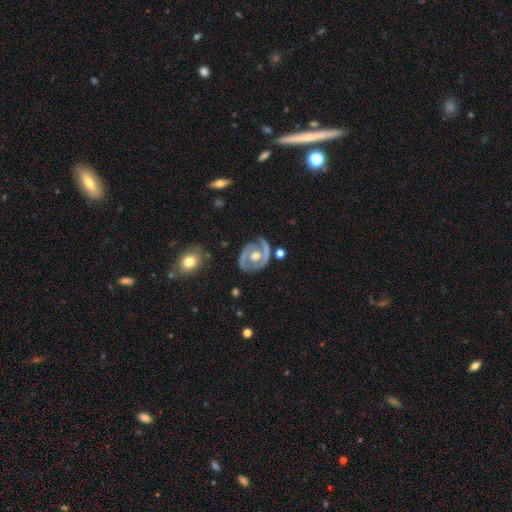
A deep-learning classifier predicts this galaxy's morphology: The model was most divided on "spiral winding": tight: 43%, medium: 42%, loose: 15%. More confident: edge-on disk — no (96%); smooth or featured — featured or disk (79%); spiral arm count — 2 (77%); spiral arms — yes (73%); merging — none (72%); bulge size — moderate (67%); bar — no (64%).